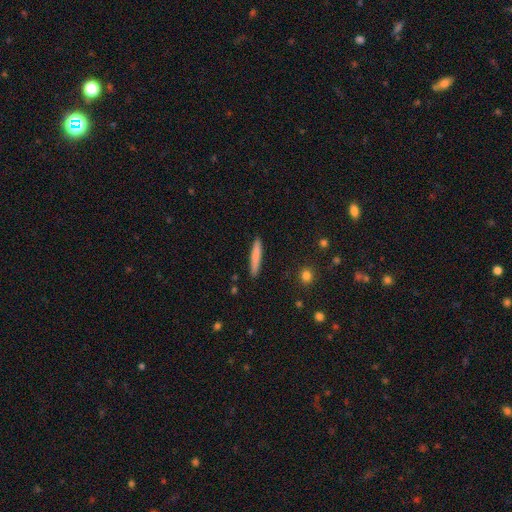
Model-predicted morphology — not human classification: Smooth or featured: smooth — 77% (featured or disk — 17%)
How rounded: cigar-shaped — 94% (in between — 5%)
Merging: none — 90% (minor disturbance — 7%)